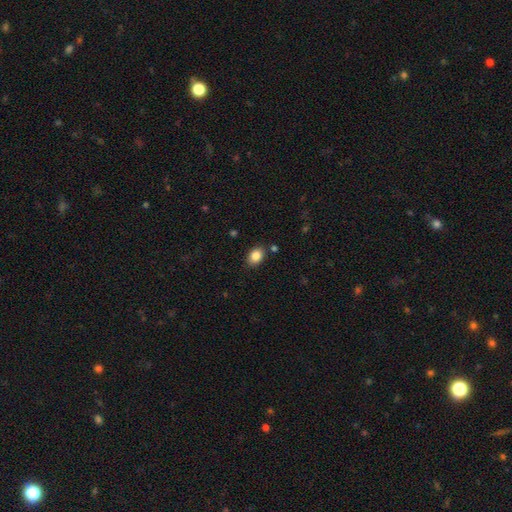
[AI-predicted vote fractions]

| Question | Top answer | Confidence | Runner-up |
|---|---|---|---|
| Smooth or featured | smooth | 85% | star or artifact (9%) |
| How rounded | in between | 74% | round (25%) |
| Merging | none | 84% | minor disturbance (10%) |